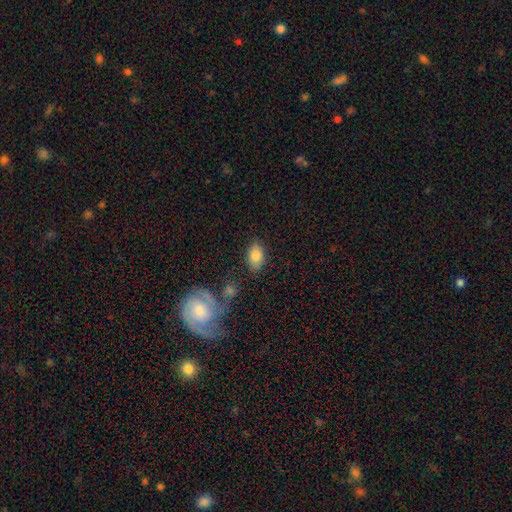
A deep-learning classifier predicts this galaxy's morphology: type=smooth (82%); roundness=in between (86%); merging=none (79%).